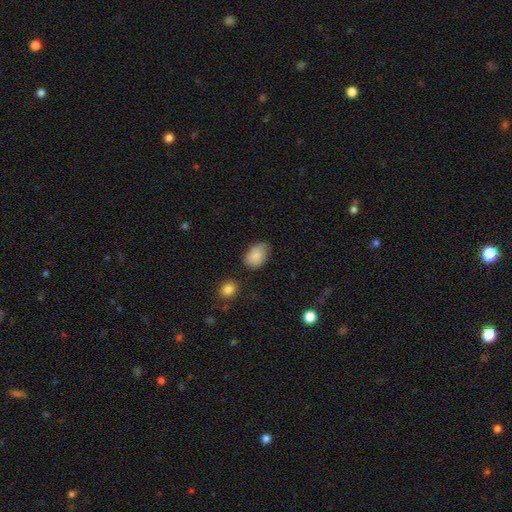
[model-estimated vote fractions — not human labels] smooth_or_featured: smooth (p=0.85) [alt: star or artifact p=0.08]
how_rounded: in between (p=0.84) [alt: round p=0.15]
merging: none (p=0.65) [alt: minor disturbance p=0.27]